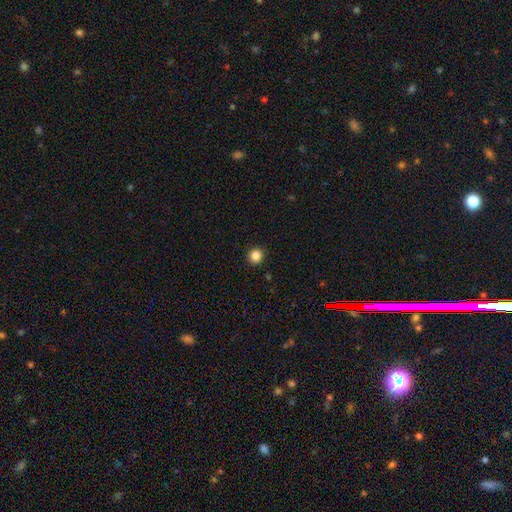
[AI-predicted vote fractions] Smooth or featured?
  - smooth: 86% *
  - star or artifact: 11%
  - featured or disk: 3%
How rounded?
  - round: 94% *
  - in between: 6%
  - cigar-shaped: 1%
Merging?
  - none: 93% *
  - minor disturbance: 5%
  - major disturbance: 2%
  - merger: 1%